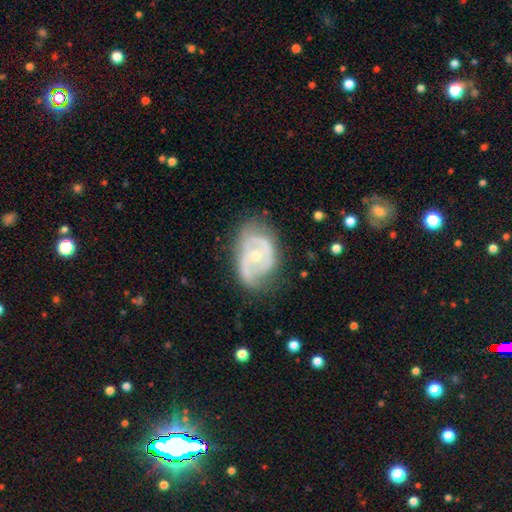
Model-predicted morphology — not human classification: type=featured or disk (77%); edge-on=no (96%); bar=no (68%); spiral arms=yes (75%); winding=tight (45%); arm count=2 (50%); bulge=moderate (54%); merging=none (54%).